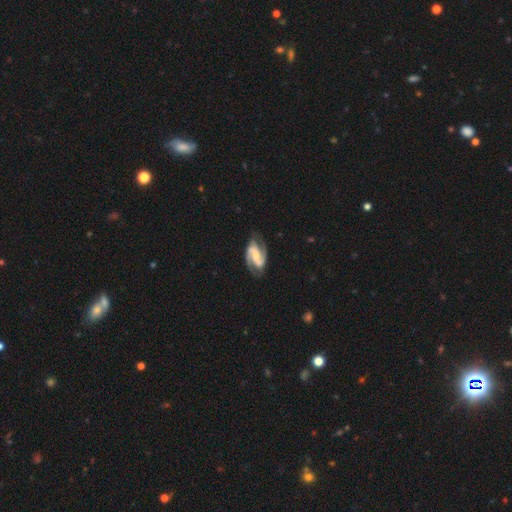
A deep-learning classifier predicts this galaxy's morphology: The model was most divided on "bulge size": moderate: 46%, small: 44%, none: 6%, large: 4%, dominant: 1%. Remaining: spiral arms — yes (98%); edge-on disk — no (98%); spiral arm count — 2 (93%); smooth or featured — featured or disk (90%); merging — none (78%); spiral winding — medium (54%); bar — weak (40%).